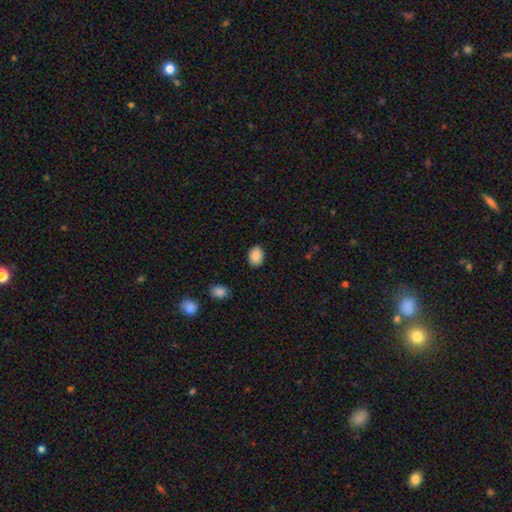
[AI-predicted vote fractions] Q: Smooth or featured?
A: smooth (89%); runner-up: star or artifact (8%)
Q: How rounded?
A: in between (73%); runner-up: round (26%)
Q: Merging?
A: none (88%); runner-up: minor disturbance (8%)